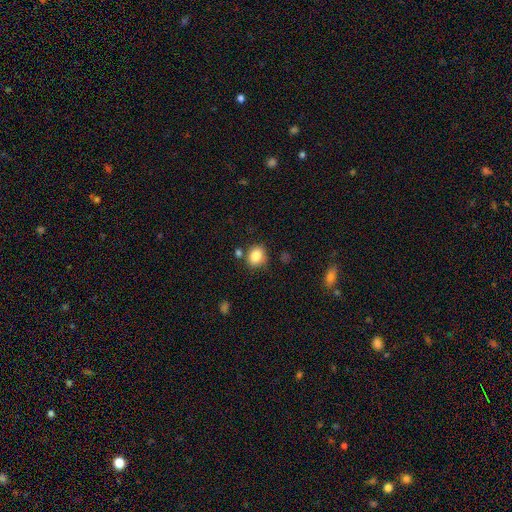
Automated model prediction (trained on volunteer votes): A smooth galaxy with no disk features (83%) that is round (65%). Merging: none (76%).